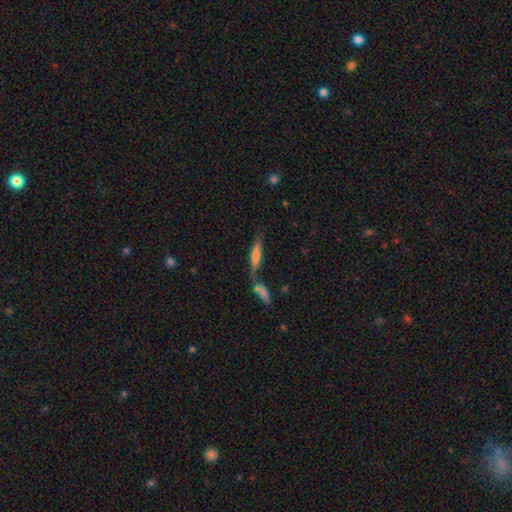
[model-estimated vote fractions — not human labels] Smooth or featured? smooth (49%)
Merging? none (58%)